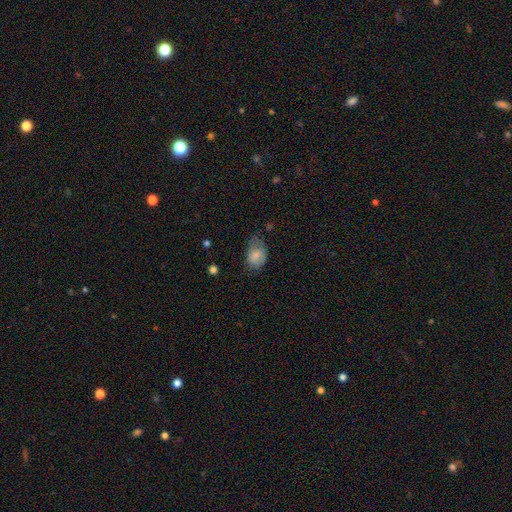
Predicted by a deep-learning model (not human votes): Overall: smooth (78%). How rounded: in between (80%). Merging: none (45%; minor disturbance 38%).